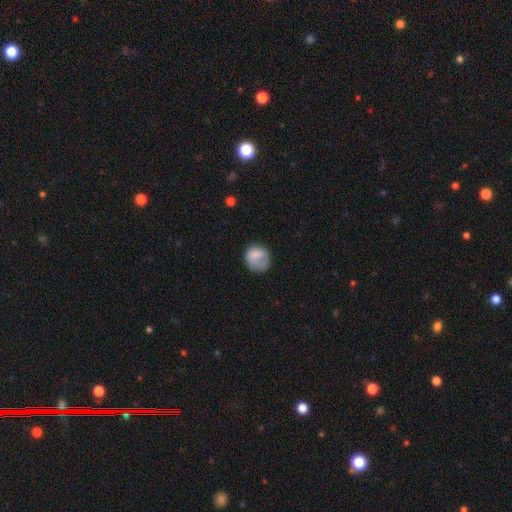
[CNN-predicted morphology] smooth-or-featured: smooth: 72% | featured or disk: 20% | star or artifact: 7%
  how-rounded: round: 77% | in between: 22% | cigar-shaped: 1%
  merging: none: 56% | minor disturbance: 24% | major disturbance: 18% | merger: 2%